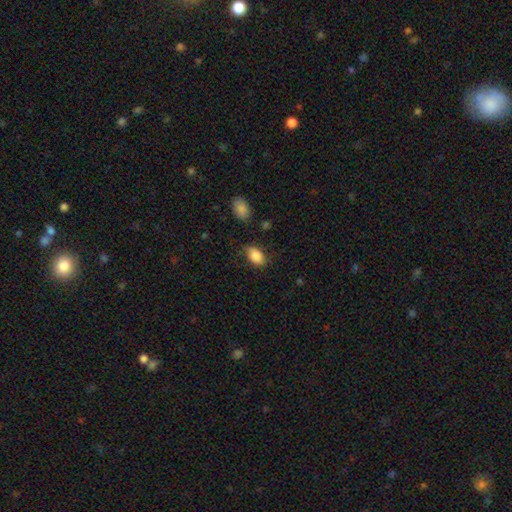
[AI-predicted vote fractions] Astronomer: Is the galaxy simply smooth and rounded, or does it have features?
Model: smooth — 86%.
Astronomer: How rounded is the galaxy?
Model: in between — 89%.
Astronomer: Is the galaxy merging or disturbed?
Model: none — 71%.